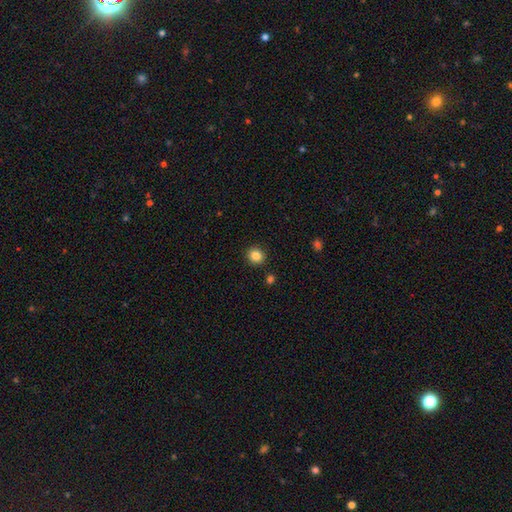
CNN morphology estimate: This is clearly a smooth galaxy (85%). How rounded: clearly round (88%). Merging: clearly none (90%).